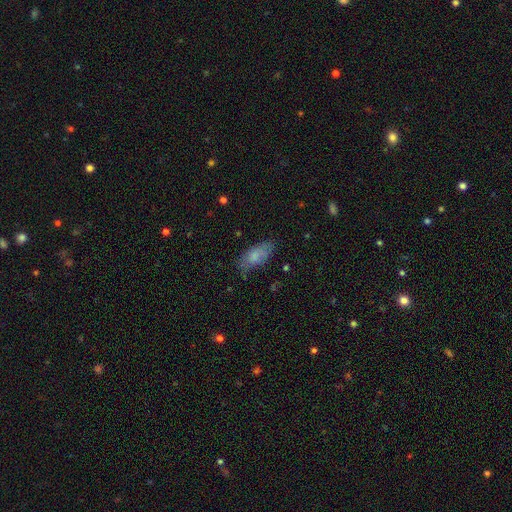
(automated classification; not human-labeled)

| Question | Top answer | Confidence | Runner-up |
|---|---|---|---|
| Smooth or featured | smooth | 76% | featured or disk (16%) |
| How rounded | in between | 83% | cigar-shaped (15%) |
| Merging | none | 68% | minor disturbance (23%) |